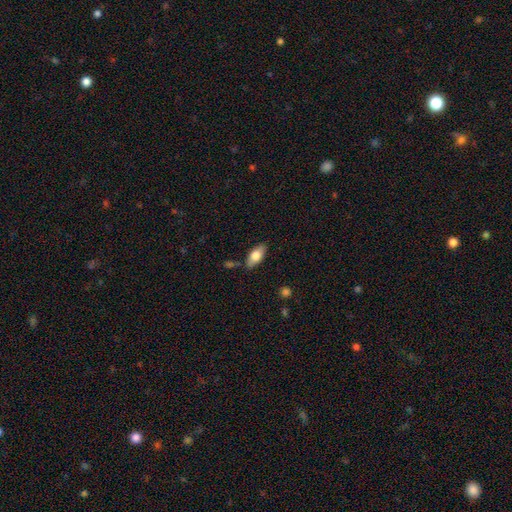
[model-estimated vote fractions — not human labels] Smooth or featured: smooth — 69% (featured or disk — 24%)
How rounded: in between — 84% (cigar-shaped — 12%)
Merging: none — 81% (minor disturbance — 13%)